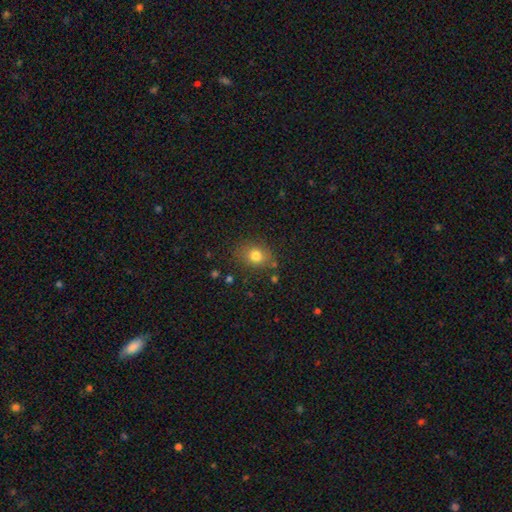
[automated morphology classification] This is likely a smooth galaxy (79%). How rounded: possibly in between (51%). Merging: likely none (79%).